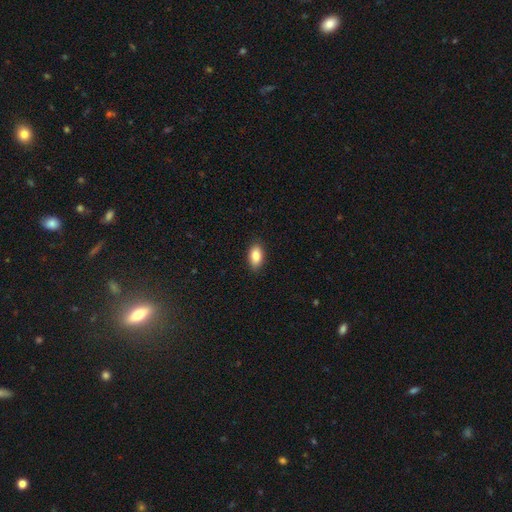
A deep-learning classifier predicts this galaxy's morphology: Smooth or featured? Predicted: smooth (p=0.86). How rounded? Predicted: in between (p=0.92). Merging? Predicted: none (p=0.88).